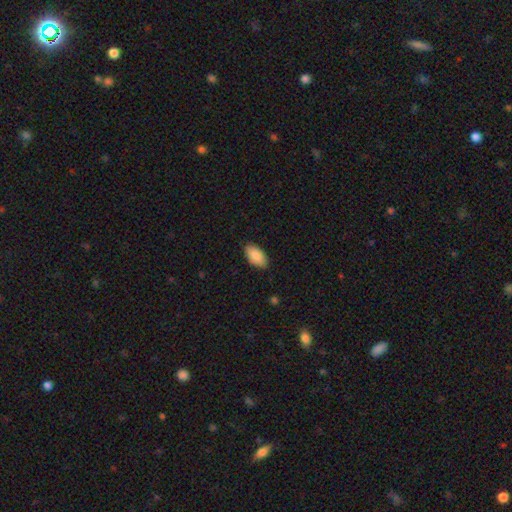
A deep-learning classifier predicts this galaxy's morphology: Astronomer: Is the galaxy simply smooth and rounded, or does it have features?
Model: smooth — 90%.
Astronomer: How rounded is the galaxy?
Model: in between — 95%.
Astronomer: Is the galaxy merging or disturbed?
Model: none — 86%.